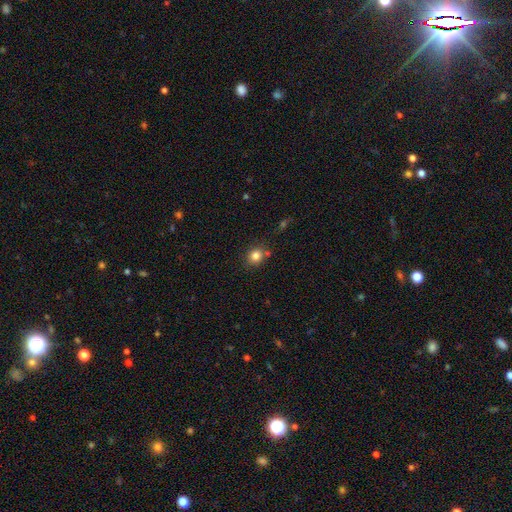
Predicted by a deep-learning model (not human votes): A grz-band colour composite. It shows a smooth galaxy with no disk features (83%) that is round (78%). Merging: none (75%).